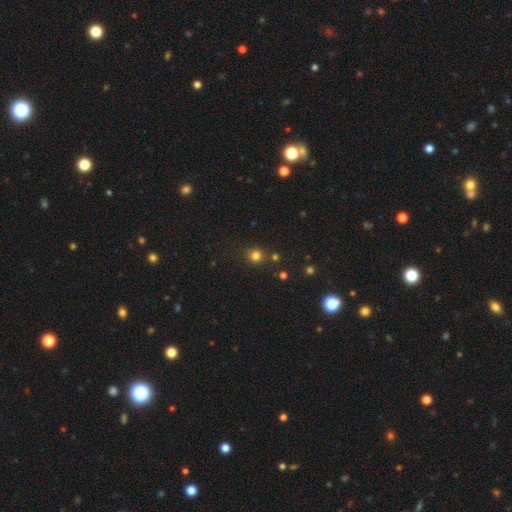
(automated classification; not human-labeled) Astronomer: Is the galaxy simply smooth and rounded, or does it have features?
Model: smooth — 79%.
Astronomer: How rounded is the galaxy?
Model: round — 91%.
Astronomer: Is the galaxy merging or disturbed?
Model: none — 82%.